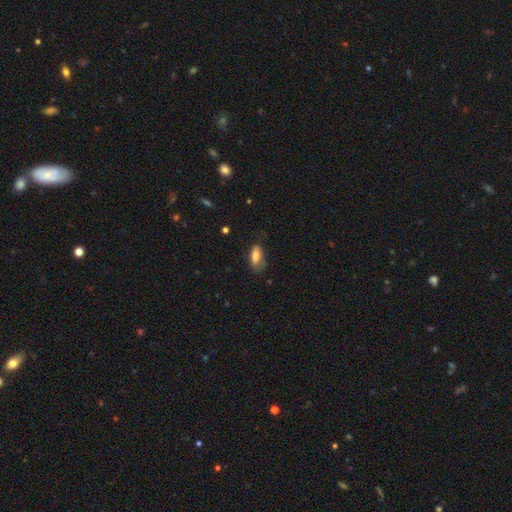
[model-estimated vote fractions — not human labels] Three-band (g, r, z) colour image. It shows a smooth galaxy with no disk features (75%) that is in between round and cigar-shaped (78%). Merging: none (53%).